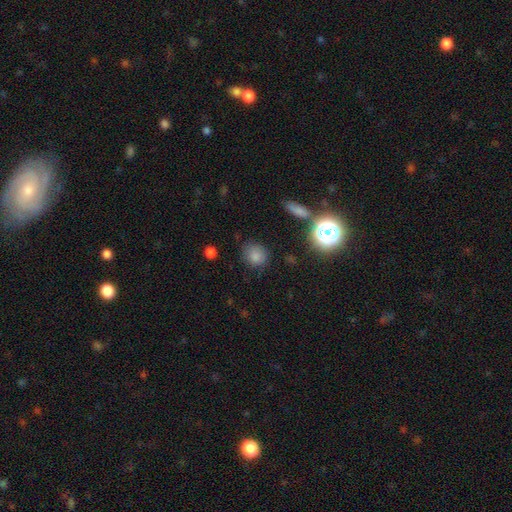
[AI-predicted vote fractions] smooth_or_featured: smooth (p=0.80) [alt: star or artifact p=0.14]
how_rounded: round (p=0.78) [alt: in between p=0.21]
merging: none (p=0.79) [alt: minor disturbance p=0.14]